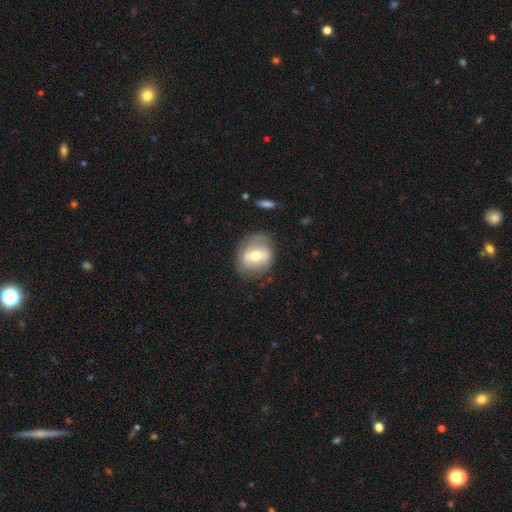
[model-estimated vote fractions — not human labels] This is possibly a smooth galaxy (49%). Merging: likely none (75%).